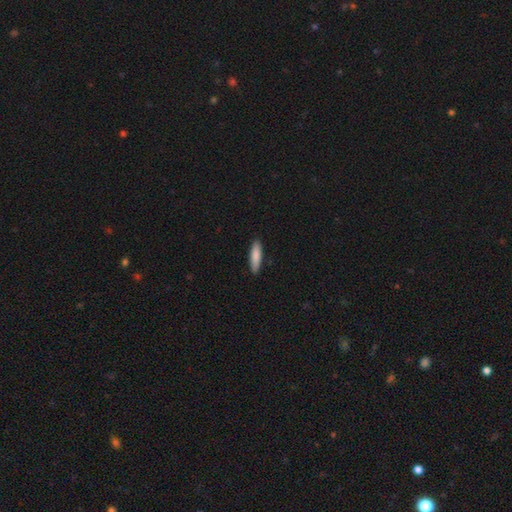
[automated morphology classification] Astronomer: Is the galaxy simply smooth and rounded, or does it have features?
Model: smooth — 86%.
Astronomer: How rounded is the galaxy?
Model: cigar-shaped — 70%.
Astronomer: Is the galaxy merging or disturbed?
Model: none — 89%.